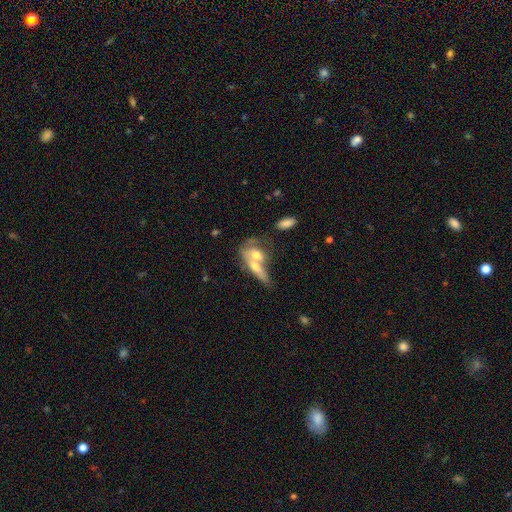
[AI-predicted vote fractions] smooth_or_featured: featured or disk (p=0.52) [alt: smooth p=0.35]
disk_edge_on: no (p=0.60) [alt: yes p=0.40]
merging: merger (p=0.56) [alt: none p=0.24]